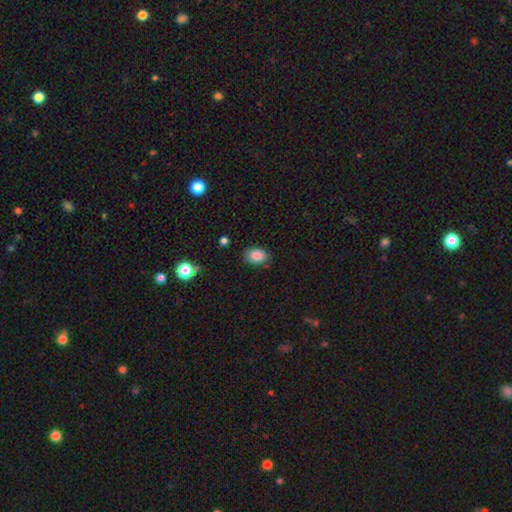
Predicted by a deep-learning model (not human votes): This appears to be a smooth galaxy with no disk features (84%) that is in between round and cigar-shaped (75%). Merging: none (81%).